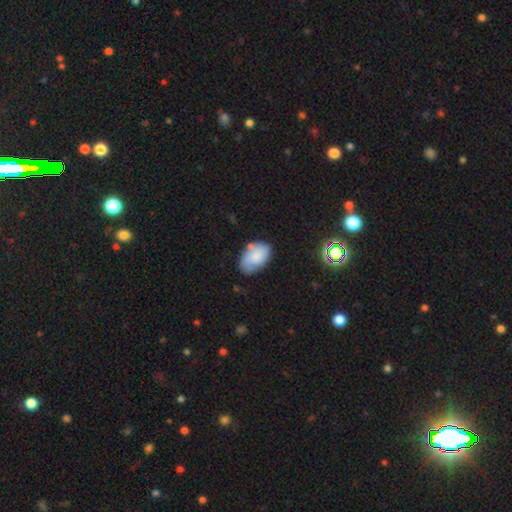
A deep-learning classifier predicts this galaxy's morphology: type=smooth (72%); roundness=in between (90%); merging=none (61%).